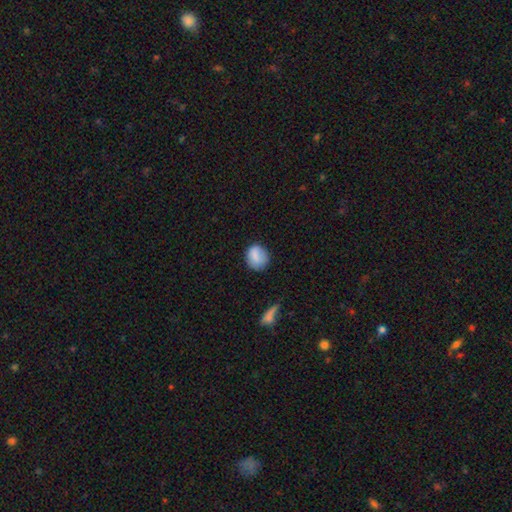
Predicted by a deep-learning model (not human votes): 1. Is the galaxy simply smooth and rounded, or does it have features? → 83% smooth, 9% featured or disk, 8% star or artifact.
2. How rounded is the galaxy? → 72% round, 27% in between, 1% cigar-shaped.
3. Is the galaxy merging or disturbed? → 76% none, 18% minor disturbance, 4% major disturbance, 2% merger.